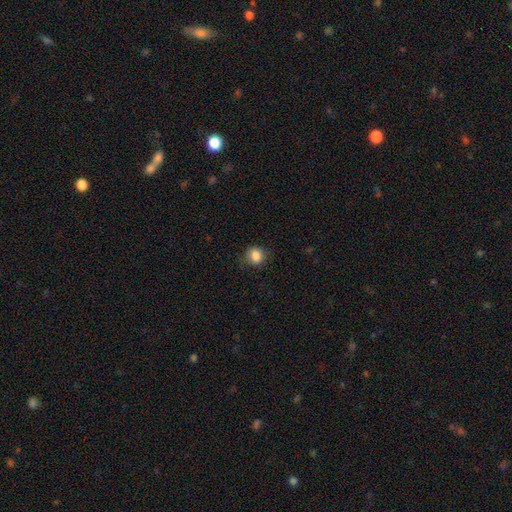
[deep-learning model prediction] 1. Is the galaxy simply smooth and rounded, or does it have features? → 85% smooth, 10% star or artifact, 5% featured or disk.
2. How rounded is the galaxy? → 74% round, 26% in between, 1% cigar-shaped.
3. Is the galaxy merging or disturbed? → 76% none, 18% minor disturbance, 5% major disturbance, 1% merger.